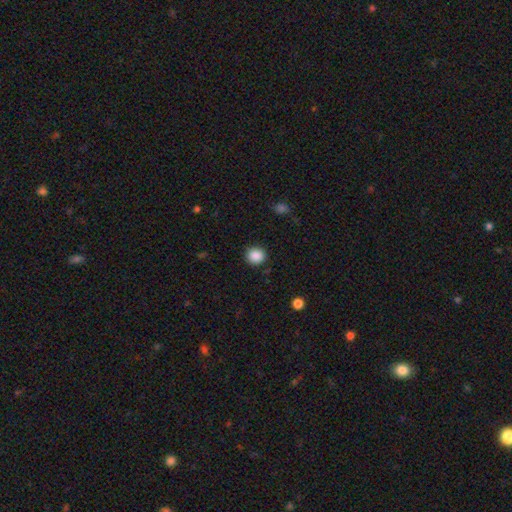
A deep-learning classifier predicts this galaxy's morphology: smooth_or_featured: smooth (p=0.88) [alt: star or artifact p=0.09]
how_rounded: round (p=0.88) [alt: in between p=0.12]
merging: none (p=0.90) [alt: minor disturbance p=0.07]